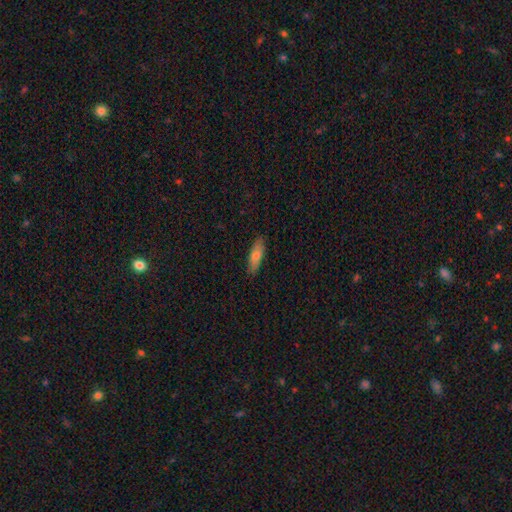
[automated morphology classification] This is likely a smooth galaxy (72%). How rounded: possibly cigar-shaped (53%). Merging: clearly none (89%).